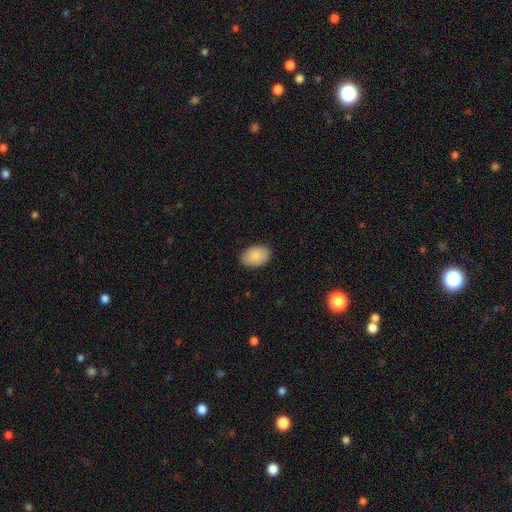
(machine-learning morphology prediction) Q: Smooth or featured?
A: smooth (88%); runner-up: star or artifact (6%)
Q: How rounded?
A: in between (87%); runner-up: round (12%)
Q: Merging?
A: none (88%); runner-up: minor disturbance (9%)